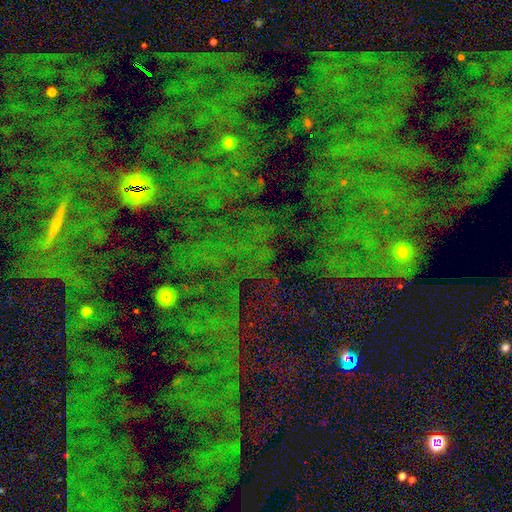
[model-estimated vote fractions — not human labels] Overall: star or artifact (77%).